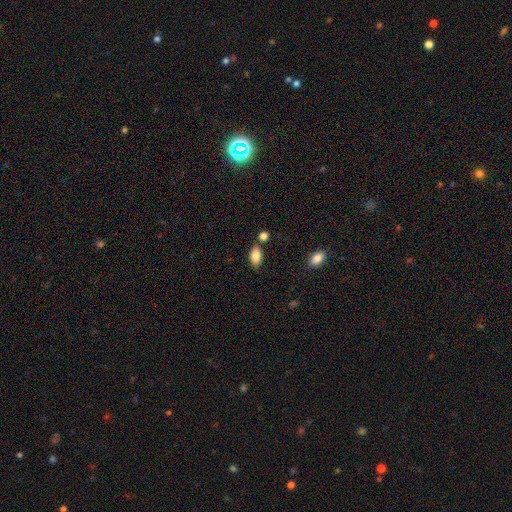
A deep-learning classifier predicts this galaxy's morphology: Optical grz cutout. It shows a smooth galaxy with no disk features (84%) that is in between round and cigar-shaped (91%). Merging: none (76%).